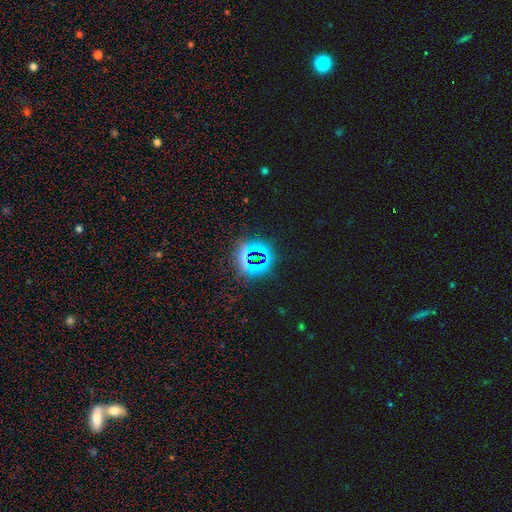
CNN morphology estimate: A star or artifact, not a galaxy (74%).

Vote fractions:
- Smooth or featured? star or artifact: 74% / smooth: 17% / featured or disk: 9%